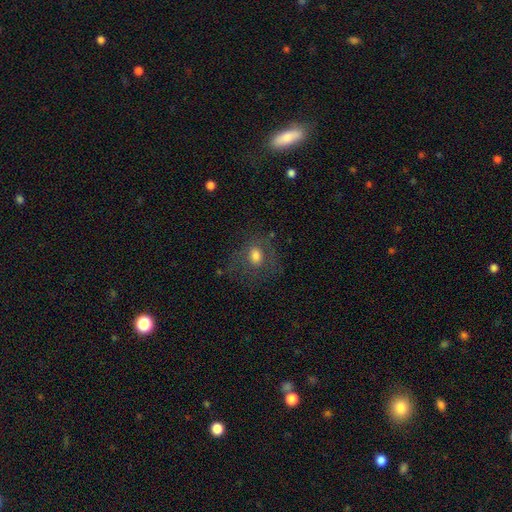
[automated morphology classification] This is possibly a smooth galaxy (58%). How rounded: possibly round (56%). Merging: likely none (64%).